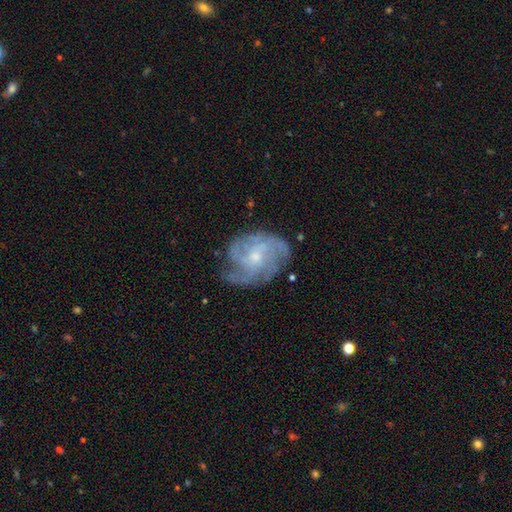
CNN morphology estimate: A featured or disk galaxy (83%) with no bar (64%), 4 (32%) medium (44%) spiral arms (95%) and a small central bulge (59%).

Vote fractions:
- Smooth or featured? featured or disk: 83% / smooth: 9% / star or artifact: 8%
- Edge-on disk? no: 97% / yes: 3%
- Bar? no: 64% / weak: 31% / strong: 5%
- Spiral arms? yes: 95% / no: 5%
- Spiral winding? medium: 44% / tight: 42% / loose: 14%
- Spiral arm count? 4: 32% / can't tell: 22% / 3: 22% / 2: 9% / more than 4: 8% / 1: 7%
- Bulge size? small: 59% / moderate: 35% / none: 3% / large: 2% / dominant: 1%
- Merging? none: 71% / minor disturbance: 19% / major disturbance: 9% / merger: 1%